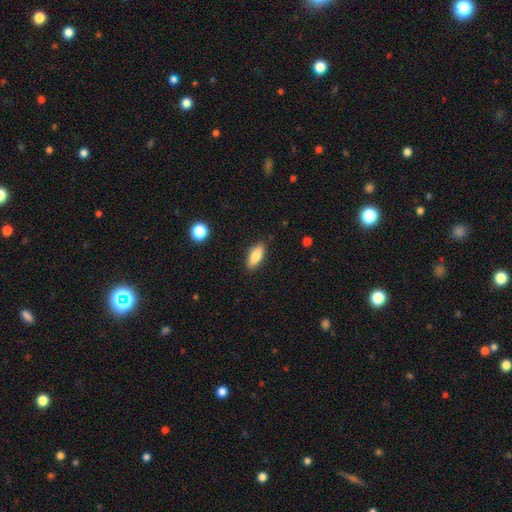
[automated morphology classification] The model was most divided on "how rounded": in between: 75%, cigar-shaped: 22%, round: 3%. More confident: merging — none (88%); smooth or featured — smooth (80%).